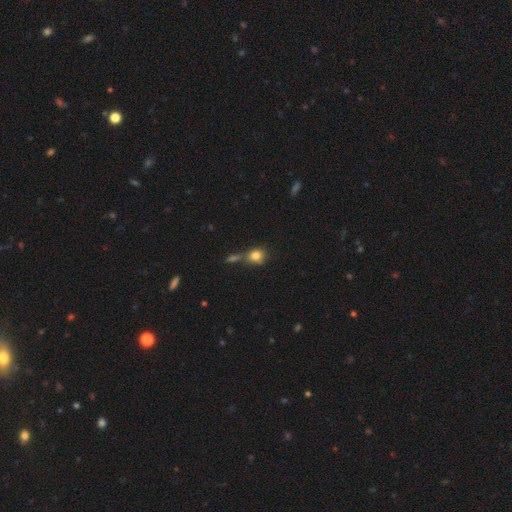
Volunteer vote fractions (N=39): Smooth or featured: smooth — 77% (star or artifact — 13%)
How rounded: round — 50% (tied with in between — 50%)
Merging: none — 41% (minor disturbance — 26%)